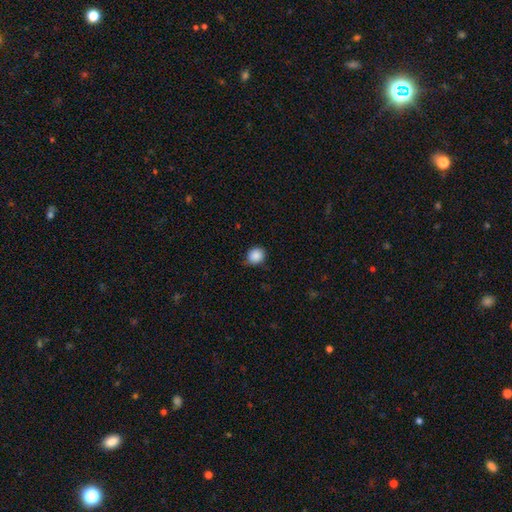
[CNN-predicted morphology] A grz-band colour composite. It shows a smooth galaxy with no disk features (88%) that is round (80%). Merging: none (78%).